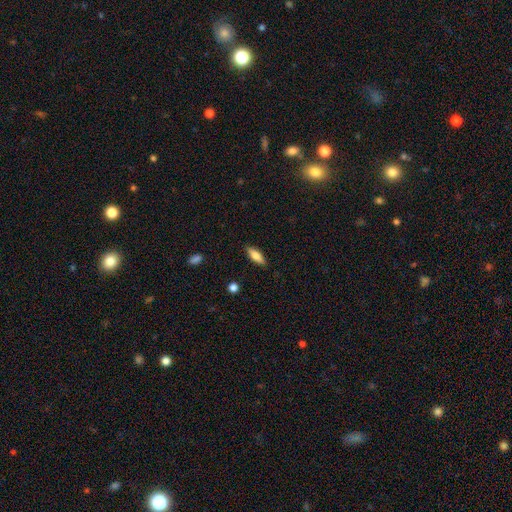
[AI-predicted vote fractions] smooth-or-featured: smooth: 73% | featured or disk: 20% | star or artifact: 7%
  how-rounded: in between: 60% | cigar-shaped: 37% | round: 2%
  merging: none: 87% | minor disturbance: 10% | major disturbance: 2% | merger: 1%